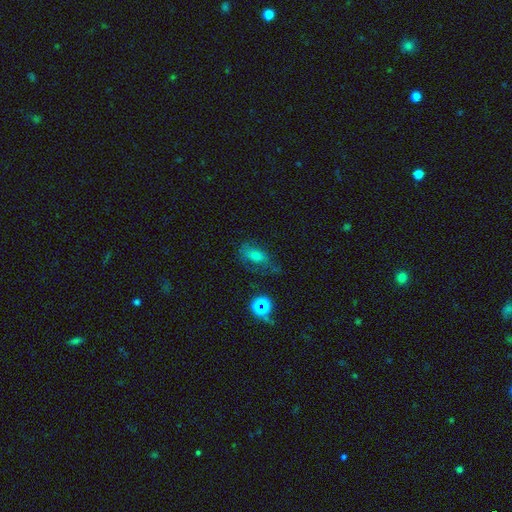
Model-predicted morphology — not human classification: A smooth galaxy with no disk features (52%) that is in between round and cigar-shaped (80%). Merging: none (51%).